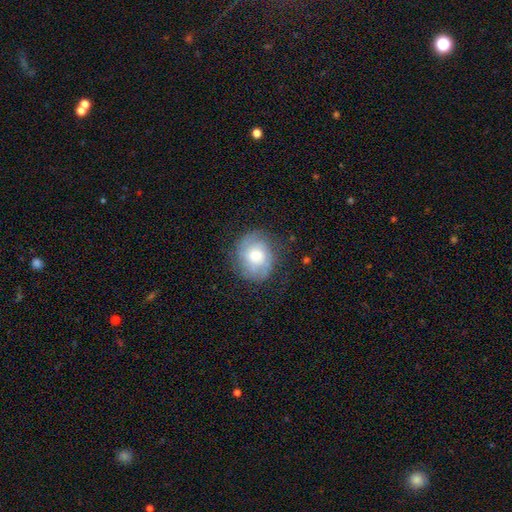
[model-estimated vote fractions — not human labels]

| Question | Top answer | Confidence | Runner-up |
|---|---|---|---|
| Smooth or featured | featured or disk | 54% | smooth (38%) |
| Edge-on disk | no | 97% | yes (3%) |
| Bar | no | 75% | weak (21%) |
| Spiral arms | yes | 79% | no (21%) |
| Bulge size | moderate | 60% | small (25%) |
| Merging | none | 71% | minor disturbance (19%) |